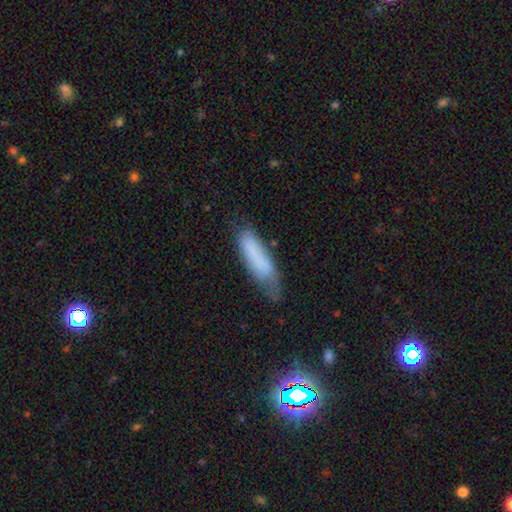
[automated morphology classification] smooth 74%, featured or disk 18%, star or artifact 9%. Down the decision tree: how rounded — cigar-shaped (62%); merging — none (47%).